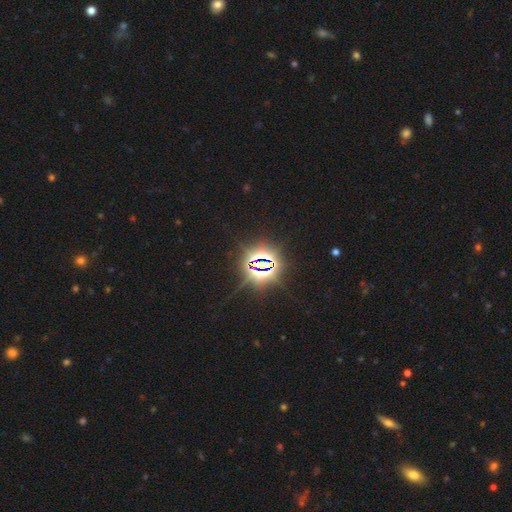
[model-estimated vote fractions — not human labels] Overall: star or artifact (83%).